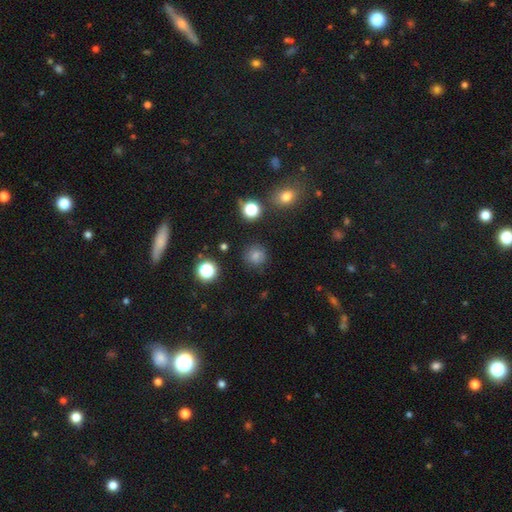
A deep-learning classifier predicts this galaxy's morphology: smooth_or_featured: smooth (p=0.77) [alt: star or artifact p=0.17]
how_rounded: round (p=0.91) [alt: in between p=0.08]
merging: none (p=0.85) [alt: minor disturbance p=0.10]